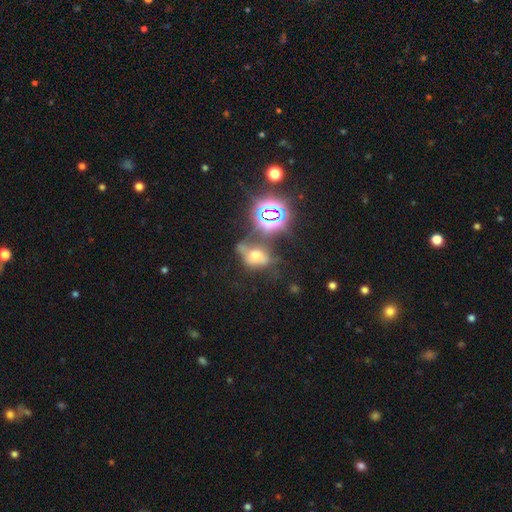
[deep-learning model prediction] smooth_or_featured: smooth (p=0.38) [alt: star or artifact p=0.37]
merging: none (p=0.36) [alt: major disturbance p=0.23]